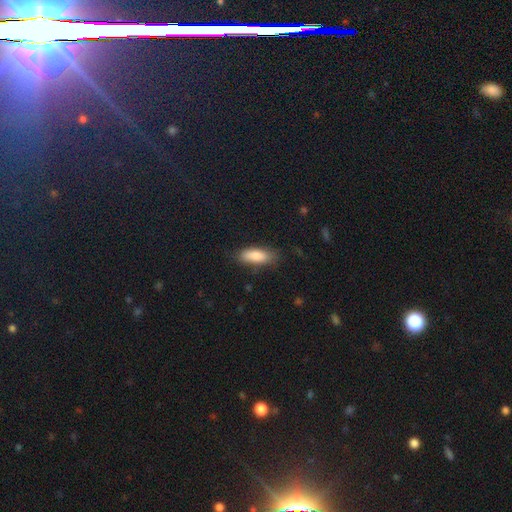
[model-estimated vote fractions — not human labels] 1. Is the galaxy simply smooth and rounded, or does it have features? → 86% smooth, 8% featured or disk, 6% star or artifact.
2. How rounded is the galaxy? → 72% in between, 26% cigar-shaped, 2% round.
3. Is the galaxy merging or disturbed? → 77% none, 18% minor disturbance, 5% major disturbance, 1% merger.